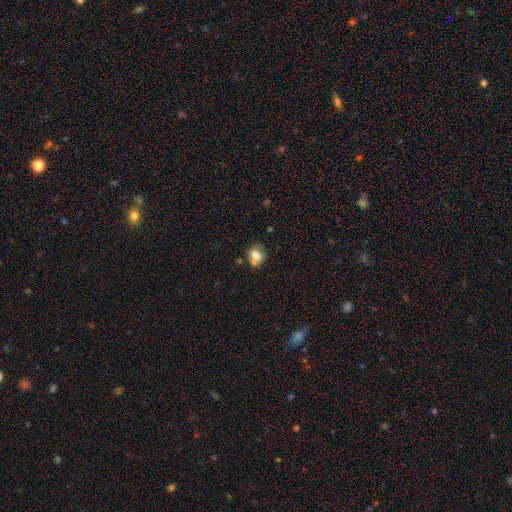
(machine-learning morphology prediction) Smooth or featured?
  - smooth: 69% *
  - featured or disk: 22%
  - star or artifact: 10%
How rounded?
  - round: 60% *
  - in between: 39%
  - cigar-shaped: 1%
Merging?
  - none: 51% *
  - minor disturbance: 21%
  - merger: 21%
  - major disturbance: 7%